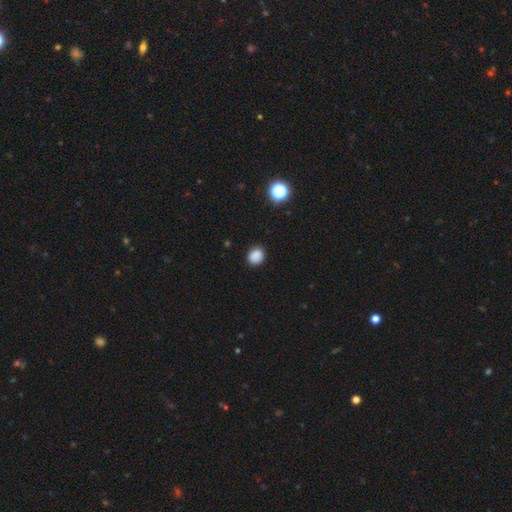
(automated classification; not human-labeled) This is clearly a smooth galaxy (86%). How rounded: likely round (68%). Merging: clearly none (87%).